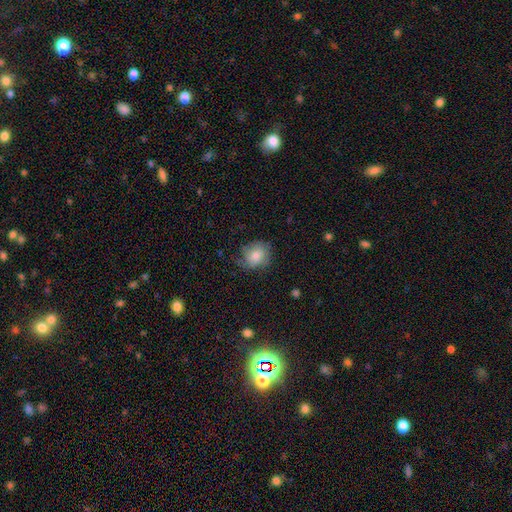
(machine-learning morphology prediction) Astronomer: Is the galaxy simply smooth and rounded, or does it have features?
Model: smooth — 71%.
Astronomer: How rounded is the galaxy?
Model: round — 74%.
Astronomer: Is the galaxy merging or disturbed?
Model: none — 66%.